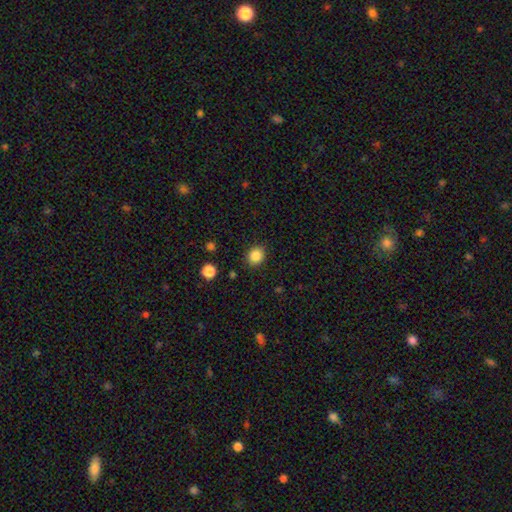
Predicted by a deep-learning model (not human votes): This is clearly a smooth galaxy (86%). How rounded: likely round (69%). Merging: clearly none (87%).